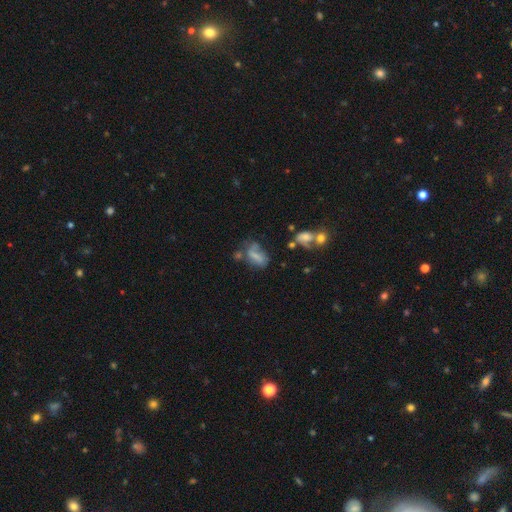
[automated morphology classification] Smooth or featured: smooth — 51% (featured or disk — 37%)
How rounded: in between — 85% (round — 9%)
Merging: none — 34% (minor disturbance — 26%)